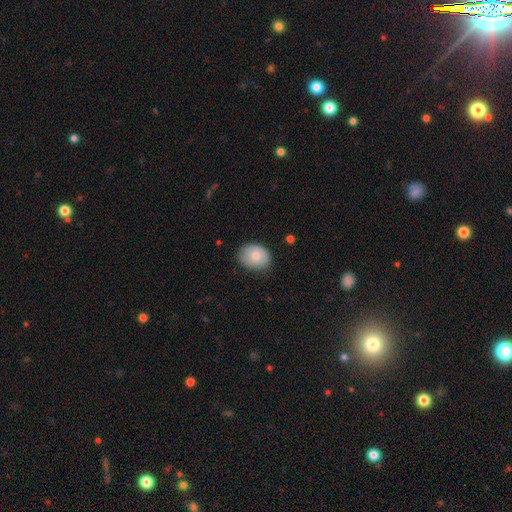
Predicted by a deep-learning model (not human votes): smooth 77%, featured or disk 17%, star or artifact 7%. Down the decision tree: how rounded — in between (62%); merging — none (77%).